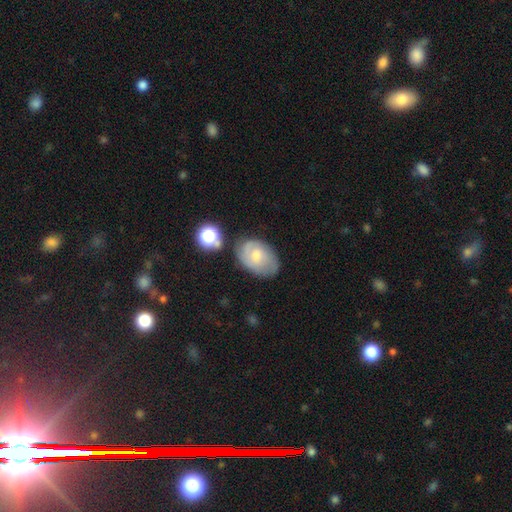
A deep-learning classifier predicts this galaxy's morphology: Smooth or featured? featured or disk (54%)
Edge-on disk? no (96%)
Bar? no (60%)
Spiral arms? yes (83%)
Bulge size? small (48%)
Merging? none (64%)